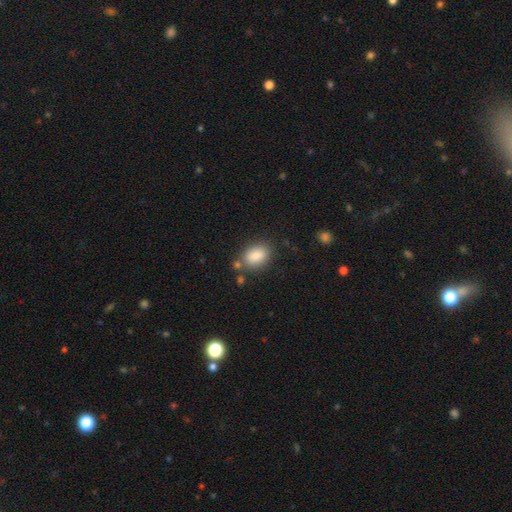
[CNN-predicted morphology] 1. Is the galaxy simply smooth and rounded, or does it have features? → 88% smooth, 8% star or artifact, 5% featured or disk.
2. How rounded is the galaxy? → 85% in between, 14% round, 1% cigar-shaped.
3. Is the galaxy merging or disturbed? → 73% none, 15% minor disturbance, 8% merger, 5% major disturbance.